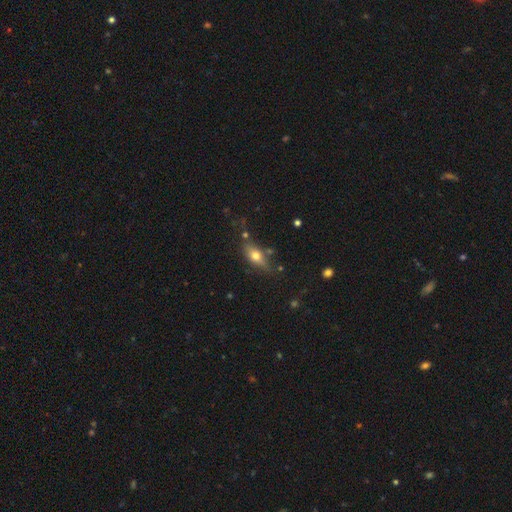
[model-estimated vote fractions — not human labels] Q: Smooth or featured?
A: smooth (59%); runner-up: featured or disk (31%)
Q: How rounded?
A: in between (69%); runner-up: cigar-shaped (23%)
Q: Merging?
A: none (68%); runner-up: minor disturbance (20%)